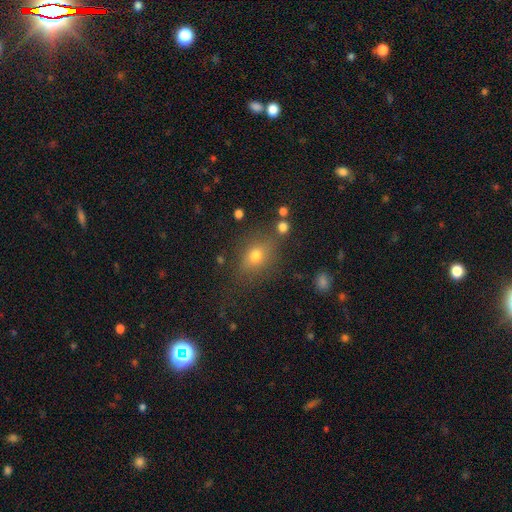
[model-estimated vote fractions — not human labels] A smooth galaxy with no disk features (72%) that is in between round and cigar-shaped (55%). Merging: none (73%).